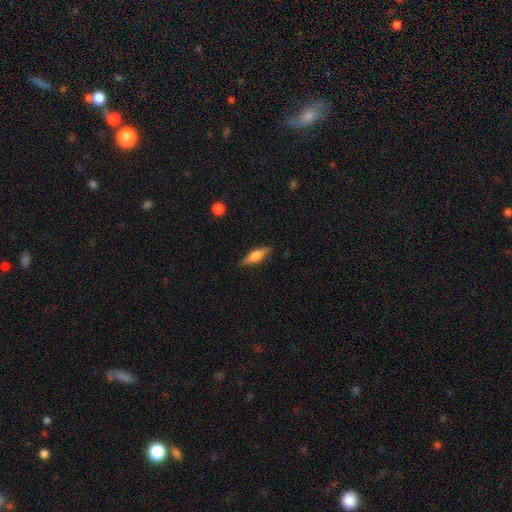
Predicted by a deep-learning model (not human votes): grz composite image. It shows a smooth galaxy with no disk features (50%) that is cigar-shaped (52%). Merging: none (86%).